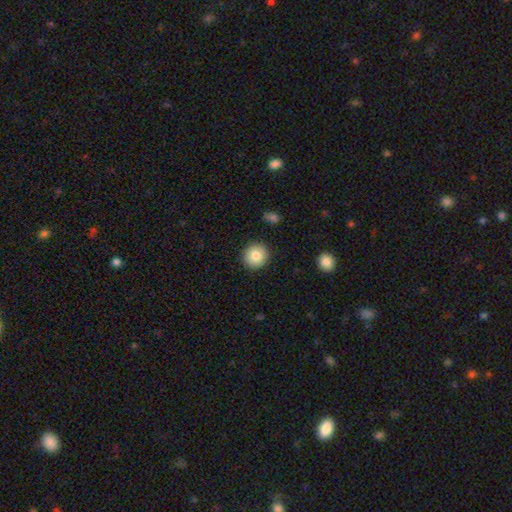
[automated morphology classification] This is clearly a smooth galaxy (83%). How rounded: clearly round (93%). Merging: clearly none (92%).